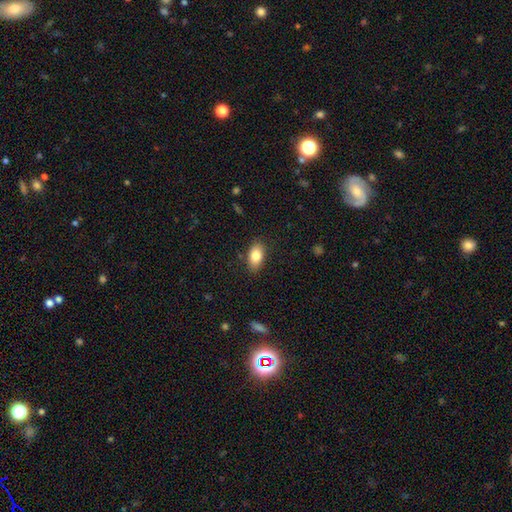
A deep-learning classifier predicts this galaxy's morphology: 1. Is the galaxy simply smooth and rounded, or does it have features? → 83% smooth, 10% featured or disk, 7% star or artifact.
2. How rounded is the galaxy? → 91% in between, 6% round, 4% cigar-shaped.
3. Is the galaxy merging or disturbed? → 86% none, 11% minor disturbance, 3% major disturbance, 1% merger.